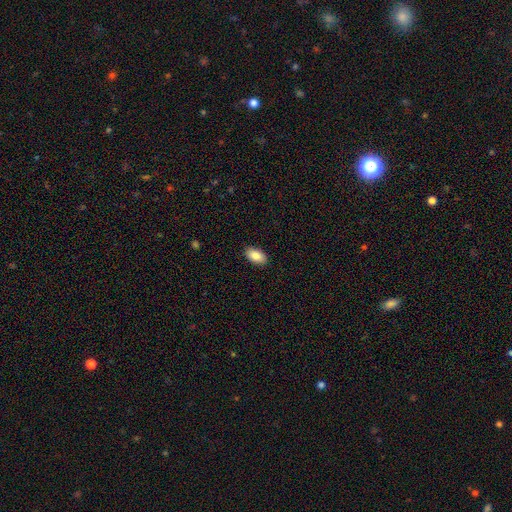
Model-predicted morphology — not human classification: smooth-or-featured: smooth: 86% | star or artifact: 7% | featured or disk: 7%
  how-rounded: in between: 94% | round: 4% | cigar-shaped: 2%
  merging: none: 90% | minor disturbance: 8% | major disturbance: 2% | merger: 1%